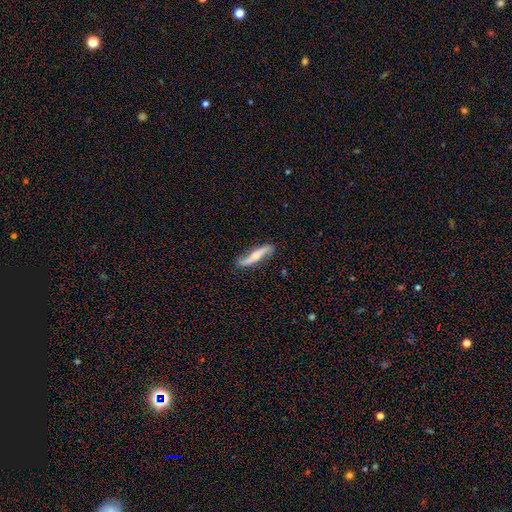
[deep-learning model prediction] smooth_or_featured: featured or disk (p=0.64) [alt: smooth p=0.30]
disk_edge_on: yes (p=0.50) [tied with: no p=0.50]
merging: none (p=0.82) [alt: minor disturbance p=0.14]